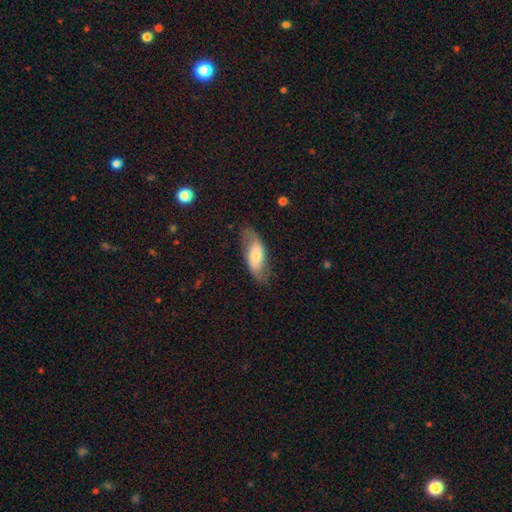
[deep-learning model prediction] Overall: smooth (55%; featured or disk 38%). How rounded: in between (80%). Merging: none (72%).